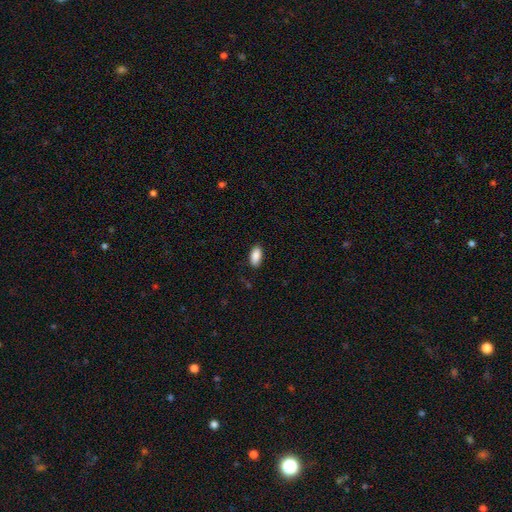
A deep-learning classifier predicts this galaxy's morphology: Smooth or featured? smooth (89%)
How rounded? in between (92%)
Merging? none (86%)